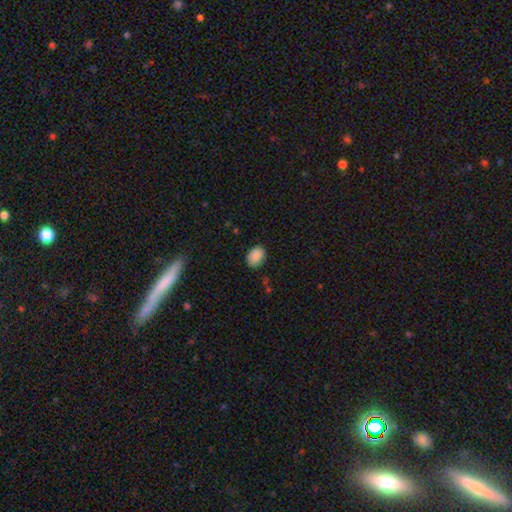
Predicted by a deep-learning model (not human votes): smooth 89%, star or artifact 7%, featured or disk 3%. Down the decision tree: how rounded — in between (77%); merging — none (85%).